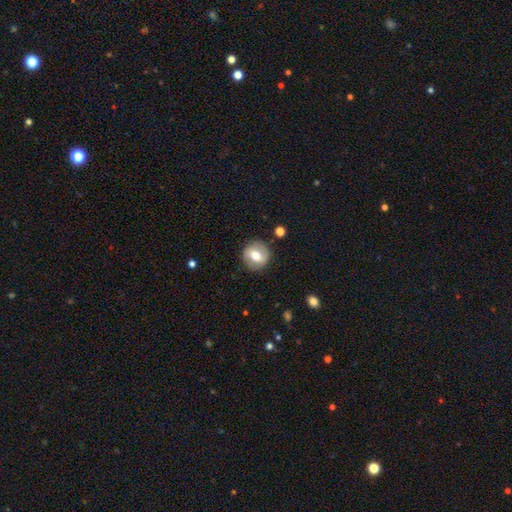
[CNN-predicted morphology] Smooth or featured? Predicted: smooth (p=0.56). How rounded? Predicted: round (p=0.88). Merging? Predicted: none (p=0.86).